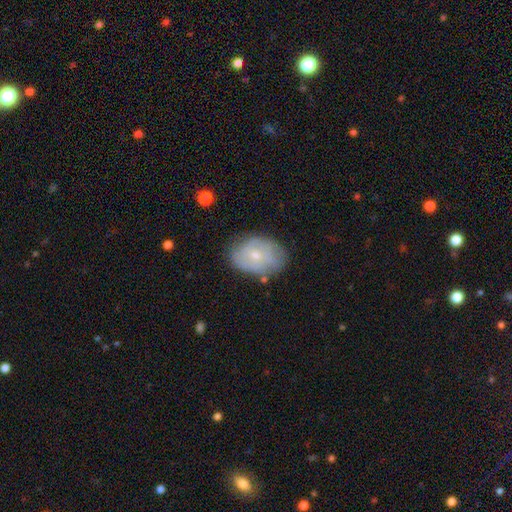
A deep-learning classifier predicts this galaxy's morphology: Overall: smooth (51%; featured or disk 42%). How rounded: in between (73%). Merging: none (69%).